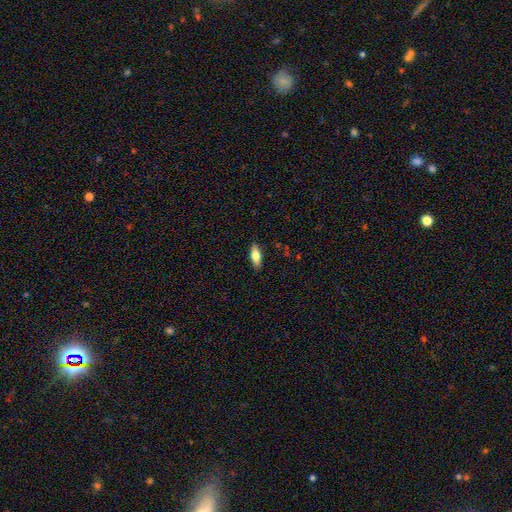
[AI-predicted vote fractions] Smooth or featured? smooth (72%)
How rounded? in between (71%)
Merging? none (88%)